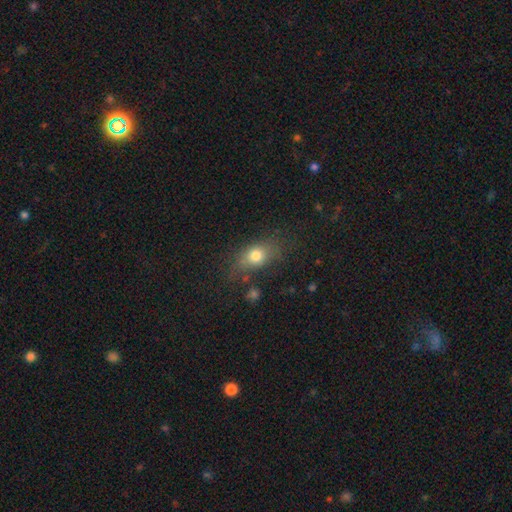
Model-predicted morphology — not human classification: Overall: smooth (76%). How rounded: in between (65%; round 30%). Merging: none (65%).